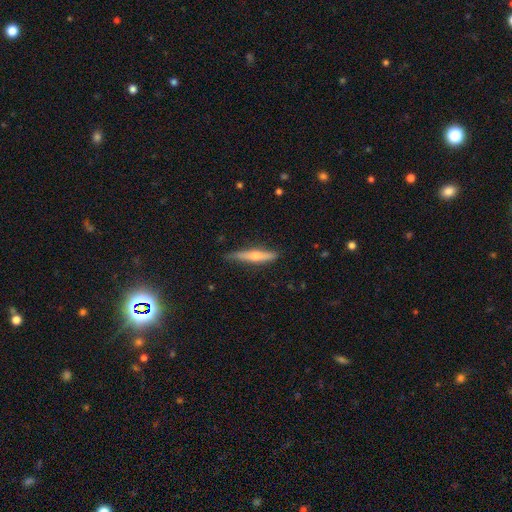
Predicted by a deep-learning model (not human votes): Smooth or featured? featured or disk (52%)
Edge-on disk? yes (94%)
Merging? none (80%)